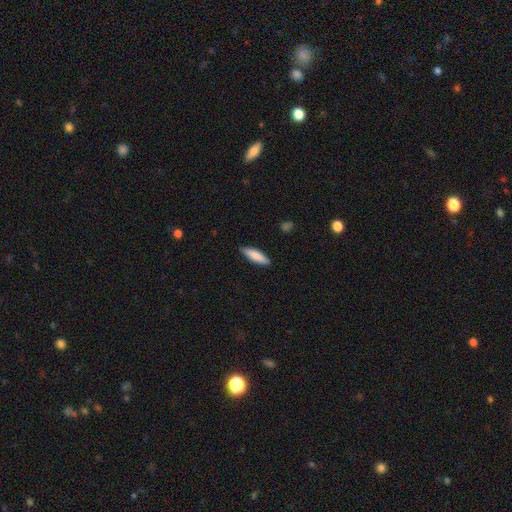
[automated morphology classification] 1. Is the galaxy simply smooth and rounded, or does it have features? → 83% smooth, 11% featured or disk, 6% star or artifact.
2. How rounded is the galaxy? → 61% cigar-shaped, 37% in between, 1% round.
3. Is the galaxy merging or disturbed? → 86% none, 11% minor disturbance, 2% major disturbance, 1% merger.